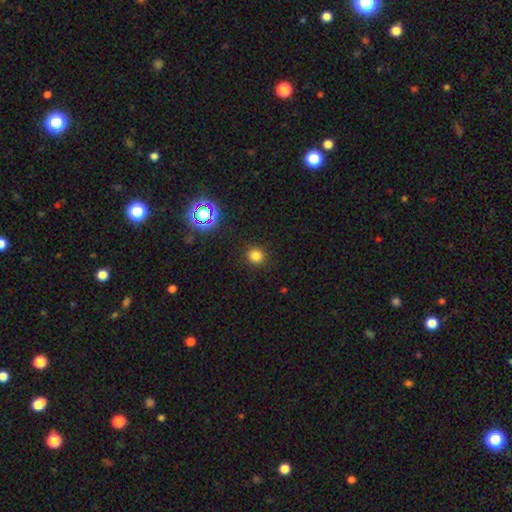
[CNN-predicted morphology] Overall: smooth (79%). How rounded: round (91%). Merging: none (91%).